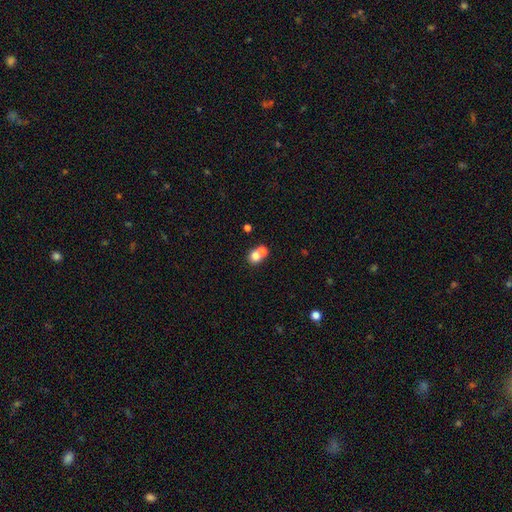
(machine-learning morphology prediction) The model was most divided on "merging": merger: 57%, none: 35%, minor disturbance: 5%, major disturbance: 3%. More confident: how rounded — round (77%); smooth or featured — smooth (75%).